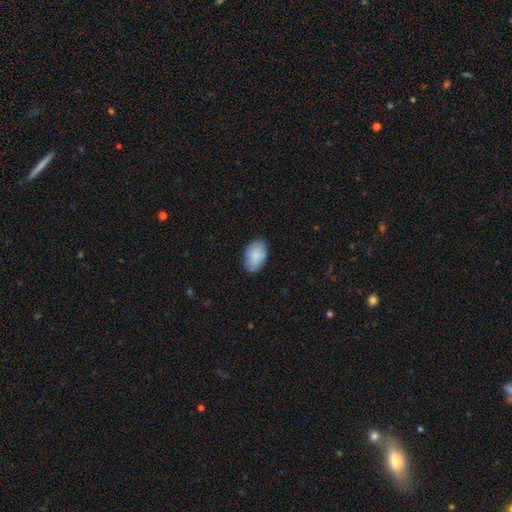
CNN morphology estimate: Q: Smooth or featured?
A: smooth (86%); runner-up: featured or disk (8%)
Q: How rounded?
A: in between (91%); runner-up: round (8%)
Q: Merging?
A: none (84%); runner-up: minor disturbance (13%)